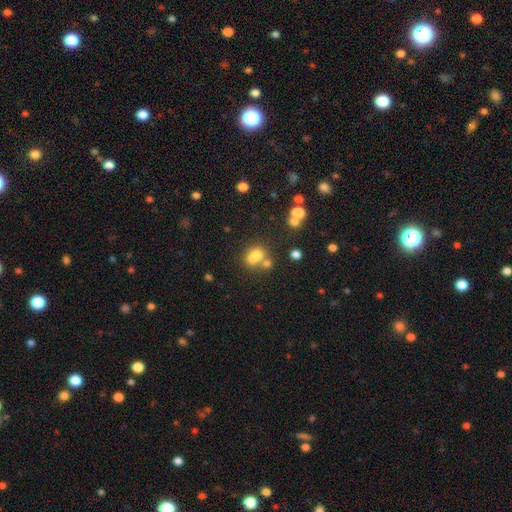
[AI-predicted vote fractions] A smooth galaxy with no disk features (69%) that is round (55%).

Vote fractions:
- Smooth or featured? smooth: 69% / star or artifact: 16% / featured or disk: 15%
- How rounded? round: 55% / in between: 43% / cigar-shaped: 1%
- Merging? merger: 46% / none: 37% / minor disturbance: 11% / major disturbance: 6%